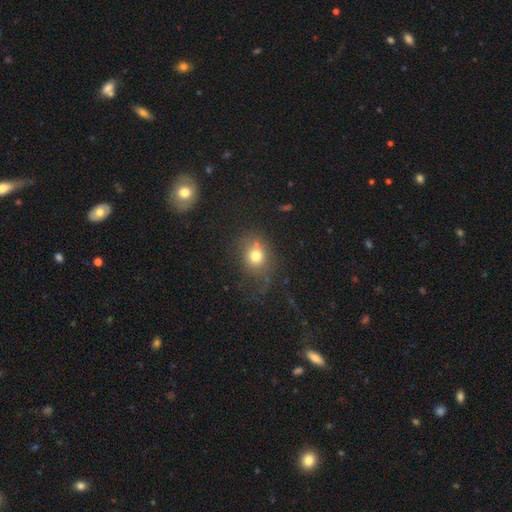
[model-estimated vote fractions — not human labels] Smooth or featured: smooth — 73% (featured or disk — 14%)
How rounded: round — 63% (in between — 36%)
Merging: none — 53% (minor disturbance — 22%)